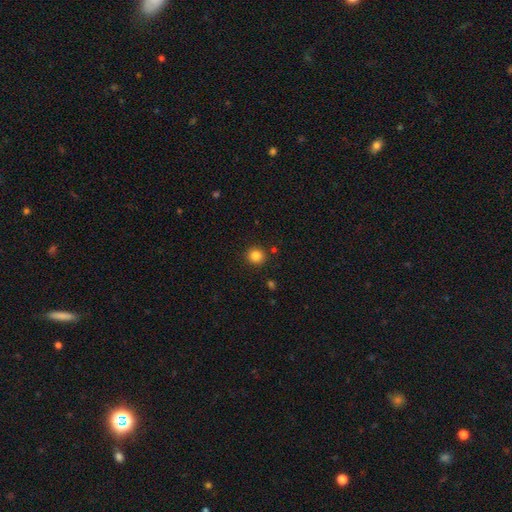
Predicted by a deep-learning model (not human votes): Smooth or featured? Predicted: smooth (p=0.84). How rounded? Predicted: round (p=0.91). Merging? Predicted: none (p=0.90).